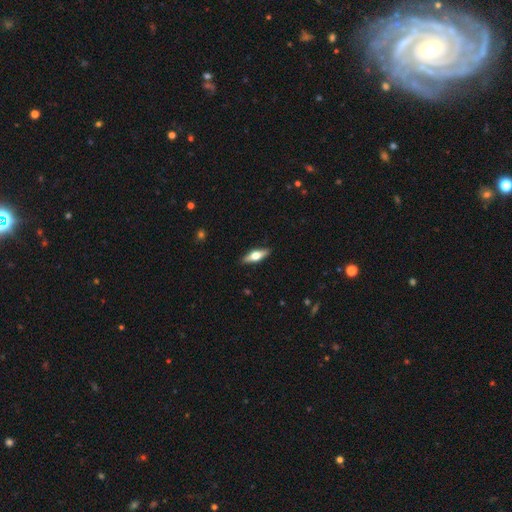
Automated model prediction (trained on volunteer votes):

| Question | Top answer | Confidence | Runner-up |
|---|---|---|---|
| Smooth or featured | featured or disk | 49% | smooth (46%) |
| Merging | none | 89% | minor disturbance (8%) |